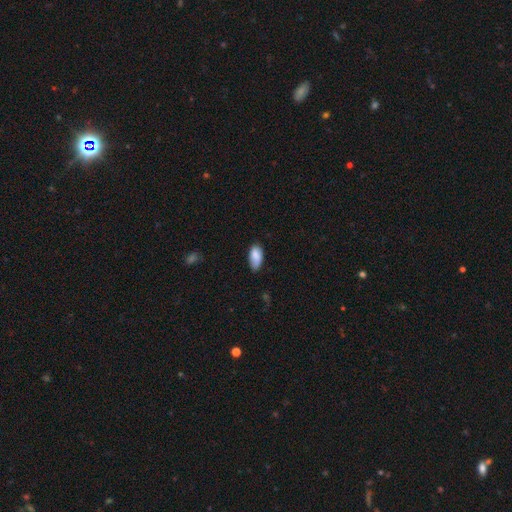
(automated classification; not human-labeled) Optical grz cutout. It shows a smooth galaxy with no disk features (86%) that is in between round and cigar-shaped (93%). Merging: none (63%).